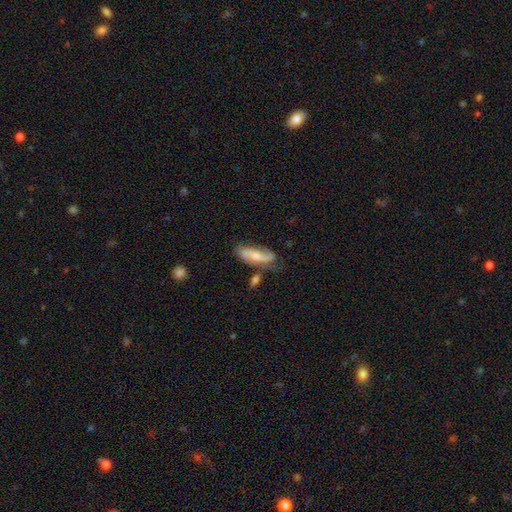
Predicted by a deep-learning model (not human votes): The model was most divided on "bulge size": moderate: 47%, small: 44%, none: 4%, large: 3%, dominant: 1%. Remaining: spiral arms — yes (90%); edge-on disk — no (87%); smooth or featured — featured or disk (64%); merging — none (59%); bar — no (50%).